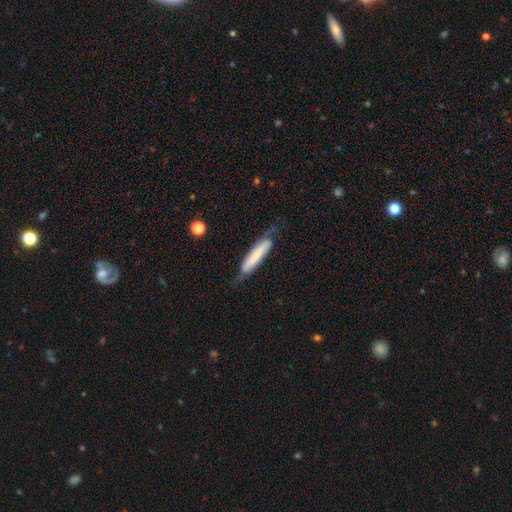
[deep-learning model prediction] Overall: smooth (62%; featured or disk 32%). How rounded: cigar-shaped (87%). Merging: none (62%; minor disturbance 25%).